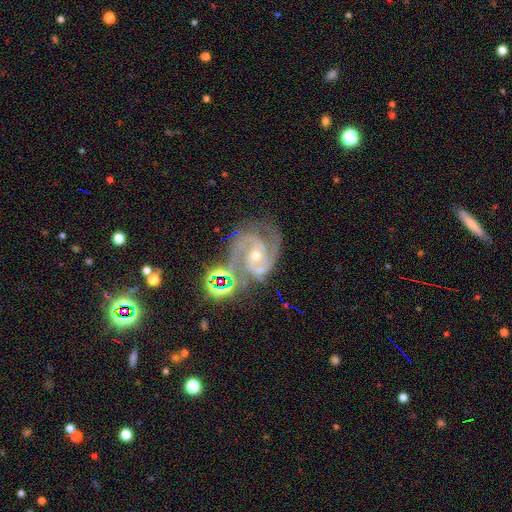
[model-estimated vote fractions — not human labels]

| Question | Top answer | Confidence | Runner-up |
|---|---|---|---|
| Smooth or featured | featured or disk | 89% | star or artifact (8%) |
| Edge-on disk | no | 98% | yes (2%) |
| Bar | no | 55% | weak (30%) |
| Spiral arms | yes | 98% | no (2%) |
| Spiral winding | medium | 52% | tight (39%) |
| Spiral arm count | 2 | 64% | 3 (22%) |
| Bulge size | small | 55% | moderate (42%) |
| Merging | none | 52% | minor disturbance (21%) |